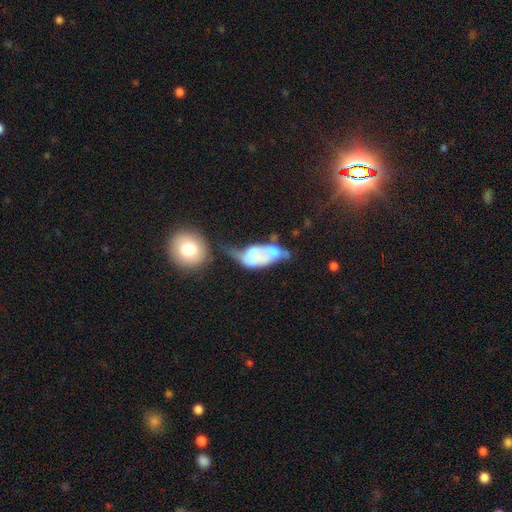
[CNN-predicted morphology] The model was most divided on "smooth or featured": featured or disk: 50%, smooth: 41%, star or artifact: 9%. Remaining: merging — merger (46%).